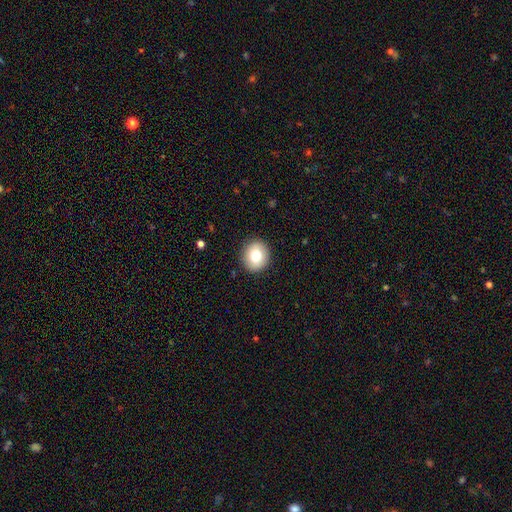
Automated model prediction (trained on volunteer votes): Morphology: type=smooth (79%); roundness=round (80%); merging=none (91%).